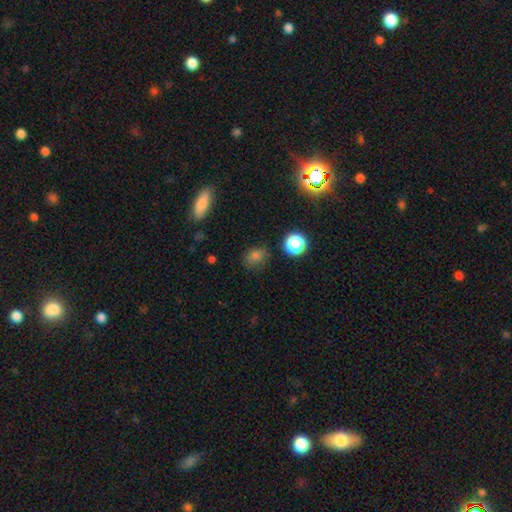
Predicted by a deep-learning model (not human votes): Morphology: type=smooth (73%); roundness=round (49%, tied with in between); merging=none (77%).